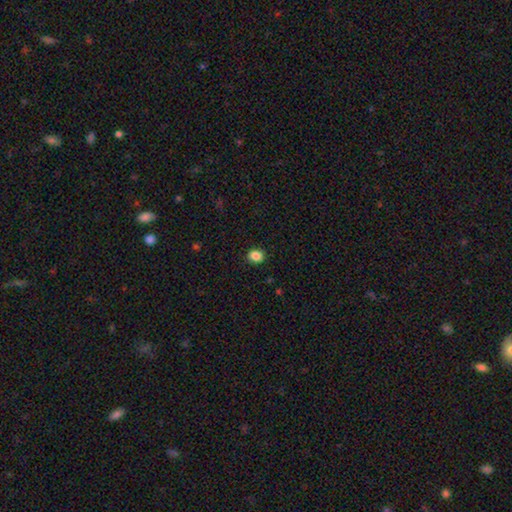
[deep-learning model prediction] This appears to be a smooth galaxy with no disk features (86%) that is round (58%). Merging: none (90%).